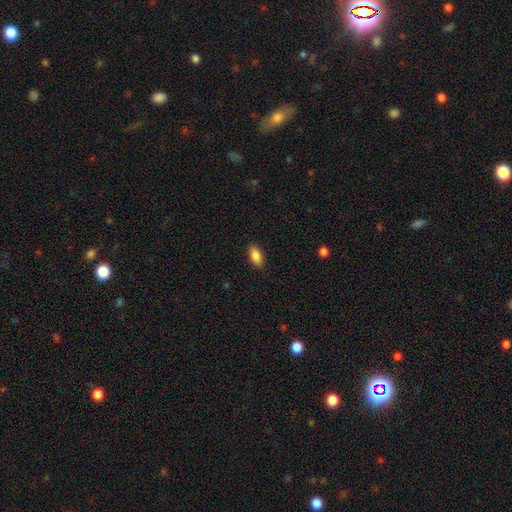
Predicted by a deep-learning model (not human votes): The model was most divided on "smooth or featured": smooth: 86%, star or artifact: 7%, featured or disk: 7%. More confident: how rounded — in between (89%); merging — none (89%).